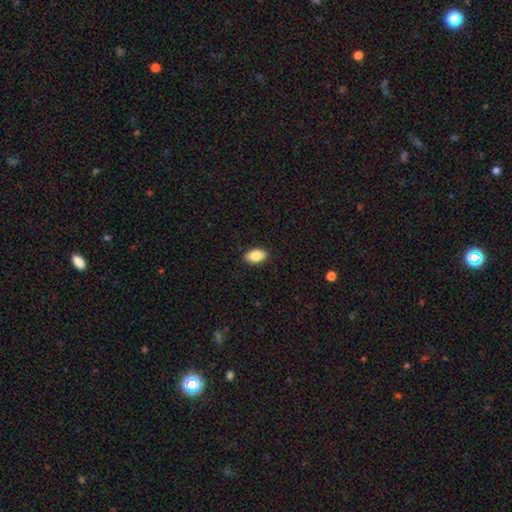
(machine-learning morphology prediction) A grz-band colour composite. It shows a smooth galaxy with no disk features (87%) that is in between round and cigar-shaped (92%). Merging: none (90%).